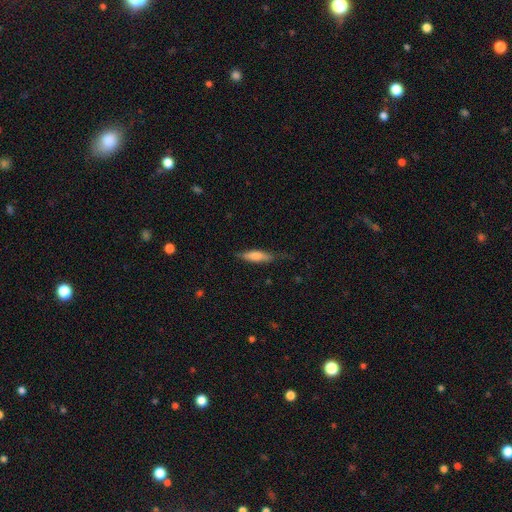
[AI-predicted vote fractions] A smooth galaxy with no disk features (66%) that is cigar-shaped (71%).

Vote fractions:
- Smooth or featured? smooth: 66% / featured or disk: 27% / star or artifact: 6%
- How rounded? cigar-shaped: 71% / in between: 28% / round: 2%
- Merging? none: 68% / minor disturbance: 24% / major disturbance: 6% / merger: 2%